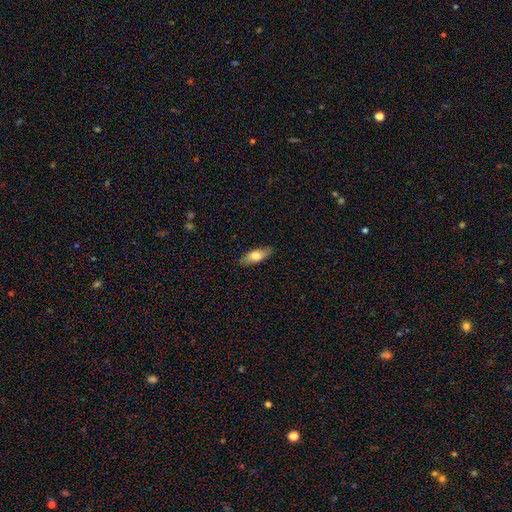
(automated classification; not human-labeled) Q: Smooth or featured?
A: smooth (70%); runner-up: featured or disk (23%)
Q: How rounded?
A: in between (71%); runner-up: cigar-shaped (26%)
Q: Merging?
A: none (85%); runner-up: minor disturbance (12%)